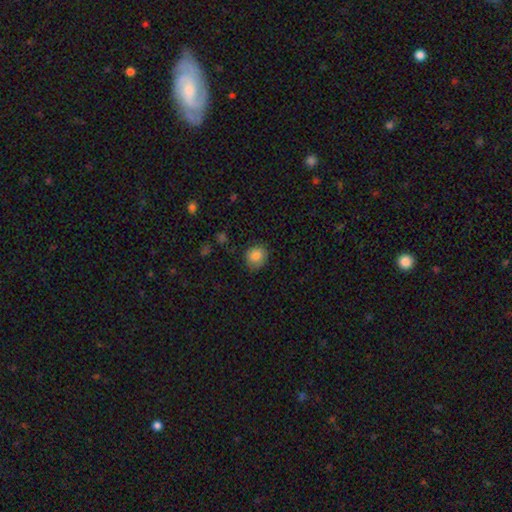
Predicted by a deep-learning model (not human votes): This is clearly a smooth galaxy (85%). How rounded: likely round (77%). Merging: clearly none (80%).